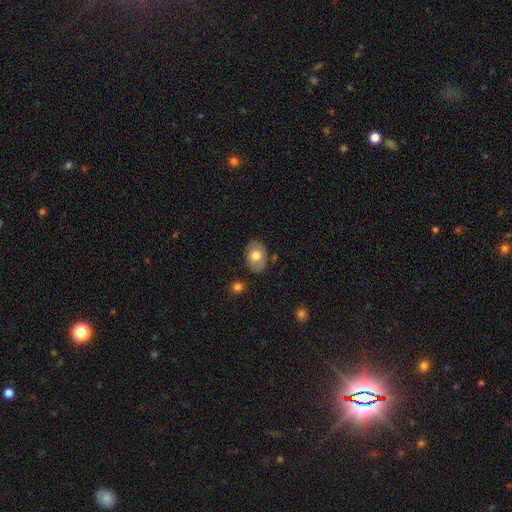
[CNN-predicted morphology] Smooth or featured?
  - smooth: 74% *
  - featured or disk: 19%
  - star or artifact: 7%
How rounded?
  - in between: 79% *
  - round: 20%
  - cigar-shaped: 1%
Merging?
  - none: 81% *
  - minor disturbance: 13%
  - major disturbance: 3%
  - merger: 3%